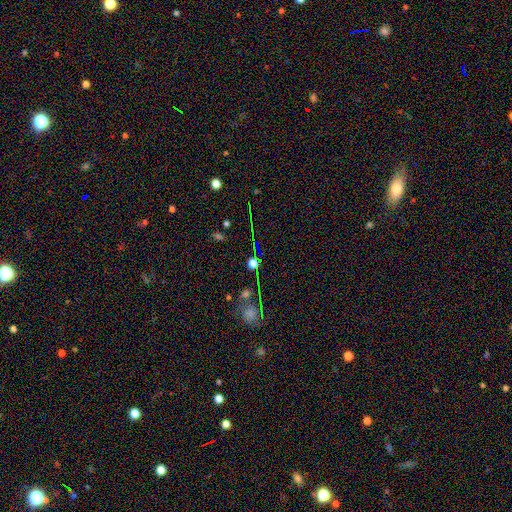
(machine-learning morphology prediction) star or artifact 54%, smooth 32%, featured or disk 15%.